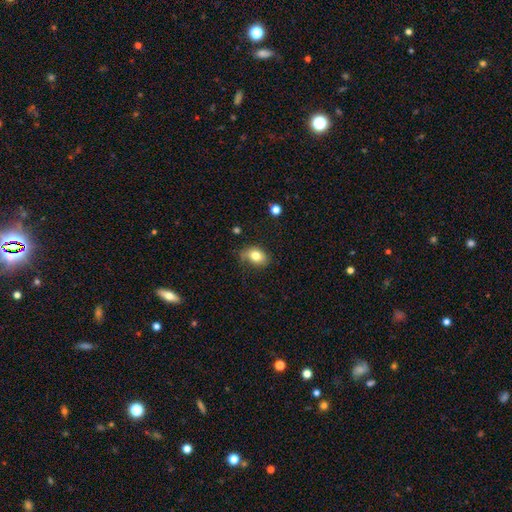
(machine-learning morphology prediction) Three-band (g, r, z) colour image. It shows a smooth galaxy with no disk features (77%) that is in between round and cigar-shaped (74%). Merging: none (62%).